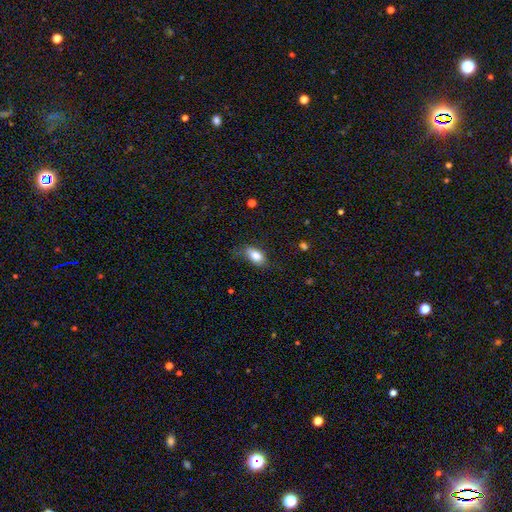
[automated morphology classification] Overall: smooth (81%). How rounded: in between (89%). Merging: none (63%; minor disturbance 26%).